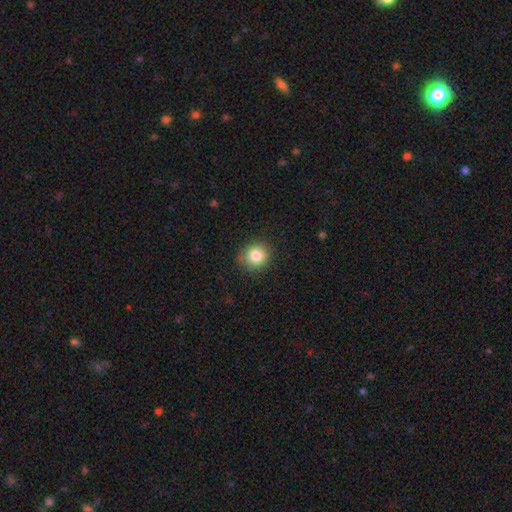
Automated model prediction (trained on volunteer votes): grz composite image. It shows a smooth galaxy with no disk features (83%) that is round (85%). Merging: none (87%).